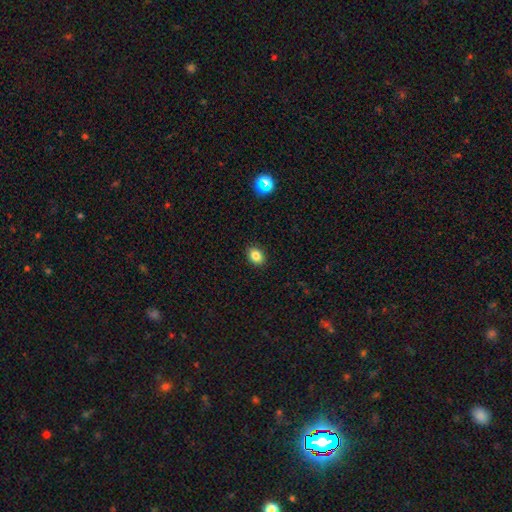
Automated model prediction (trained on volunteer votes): The model was most divided on "how rounded": in between: 66%, round: 33%, cigar-shaped: 1%. More confident: merging — none (90%); smooth or featured — smooth (84%).